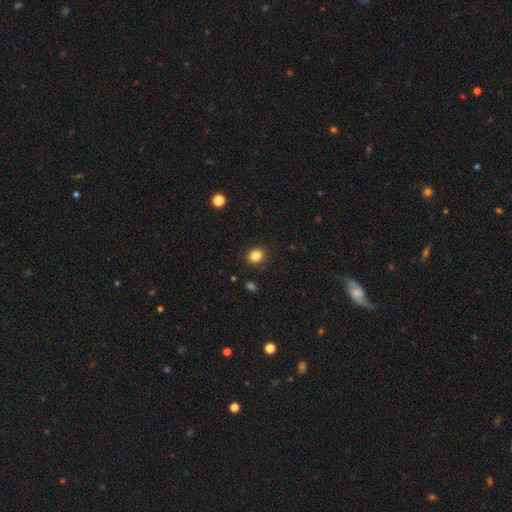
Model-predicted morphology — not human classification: type=smooth (86%); roundness=round (57%); merging=none (89%).